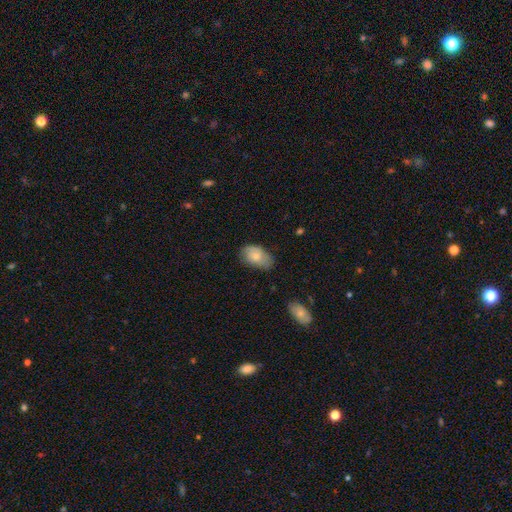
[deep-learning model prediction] Overall: smooth (77%). How rounded: in between (91%). Merging: none (66%; minor disturbance 27%).